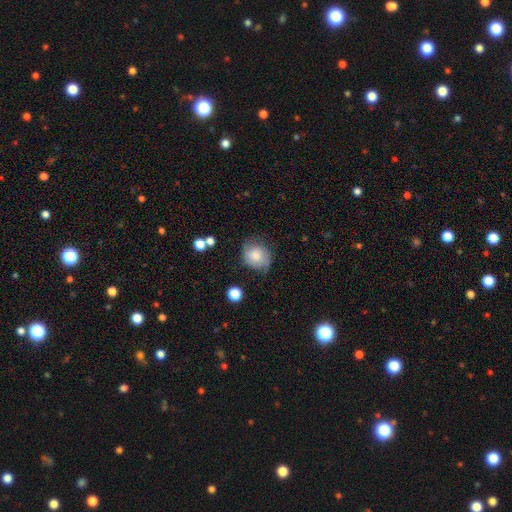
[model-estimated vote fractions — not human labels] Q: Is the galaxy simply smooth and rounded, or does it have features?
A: smooth — 70%.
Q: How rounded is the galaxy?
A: round — 72%.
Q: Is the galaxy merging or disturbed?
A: none — 63%.